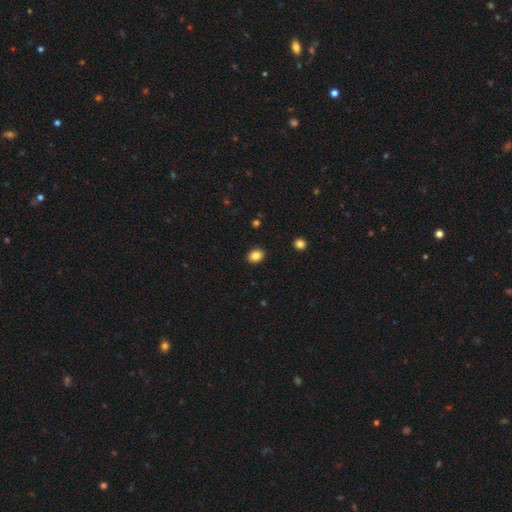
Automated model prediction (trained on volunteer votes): Smooth or featured? smooth (85%)
How rounded? in between (58%)
Merging? none (90%)